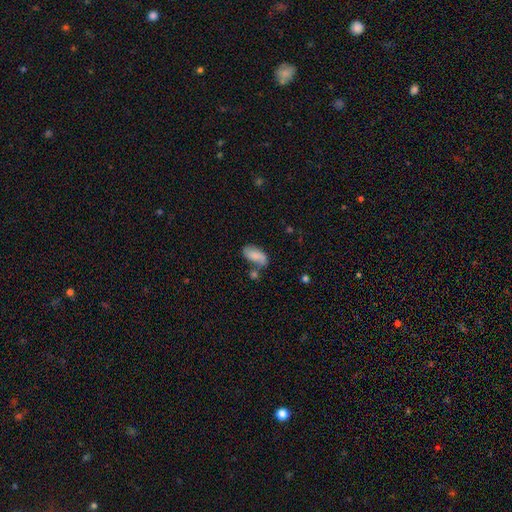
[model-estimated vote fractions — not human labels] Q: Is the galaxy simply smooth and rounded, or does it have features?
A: smooth — 74%.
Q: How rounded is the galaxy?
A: in between — 90%.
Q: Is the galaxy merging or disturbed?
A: none — 54%.